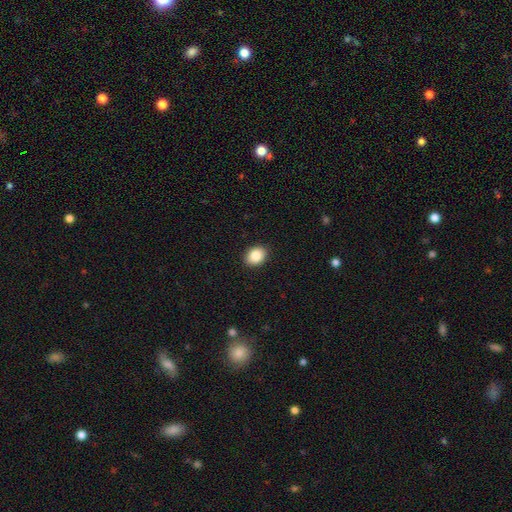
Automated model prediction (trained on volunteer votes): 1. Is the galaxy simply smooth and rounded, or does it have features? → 87% smooth, 8% star or artifact, 5% featured or disk.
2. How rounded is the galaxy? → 59% in between, 41% round, 1% cigar-shaped.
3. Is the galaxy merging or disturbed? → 91% none, 7% minor disturbance, 2% major disturbance, 1% merger.